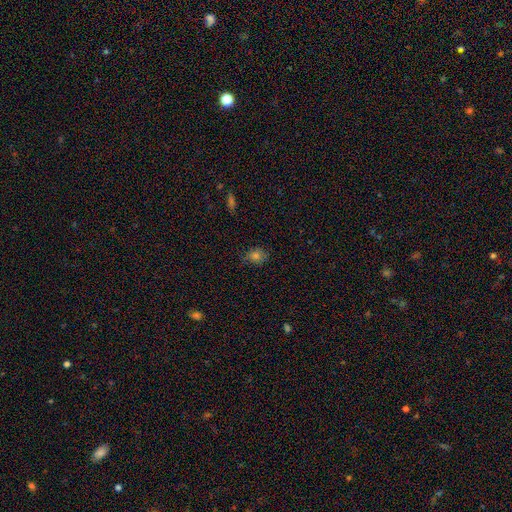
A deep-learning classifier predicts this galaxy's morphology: smooth 72%, star or artifact 17%, featured or disk 10%. Down the decision tree: how rounded — round (58%); merging — none (73%).